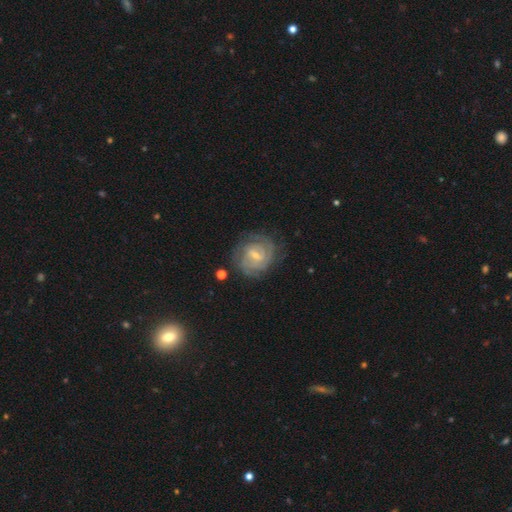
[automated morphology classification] featured or disk 83%, smooth 12%, star or artifact 6%. Down the decision tree: edge-on disk — no (97%); bar — weak (59%); spiral arms — yes (94%); spiral arm count — 2 (33%, tied with can't tell); spiral winding — tight (69%); bulge size — small (62%); merging — none (76%).